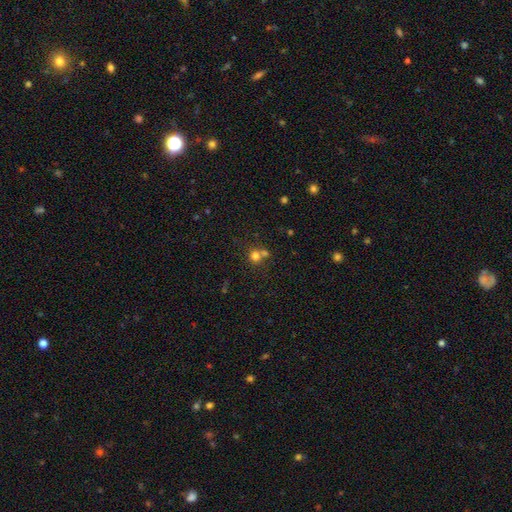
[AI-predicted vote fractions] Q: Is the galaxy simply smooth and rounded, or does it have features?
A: smooth — 75%.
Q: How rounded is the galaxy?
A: round — 87%.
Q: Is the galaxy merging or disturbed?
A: none — 51%.